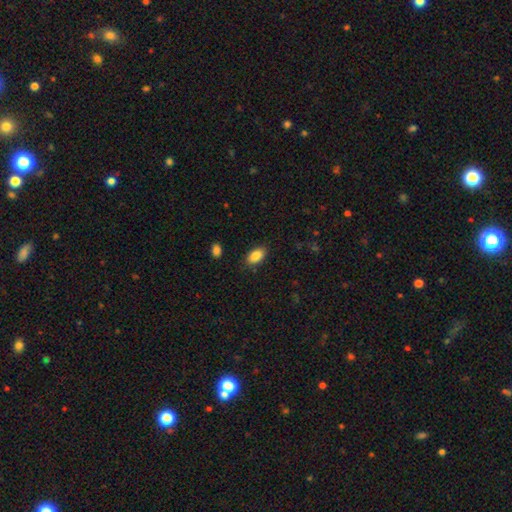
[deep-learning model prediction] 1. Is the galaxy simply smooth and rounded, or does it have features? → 88% smooth, 7% star or artifact, 5% featured or disk.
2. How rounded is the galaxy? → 92% in between, 5% round, 2% cigar-shaped.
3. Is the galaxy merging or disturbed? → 85% none, 11% minor disturbance, 3% major disturbance, 1% merger.